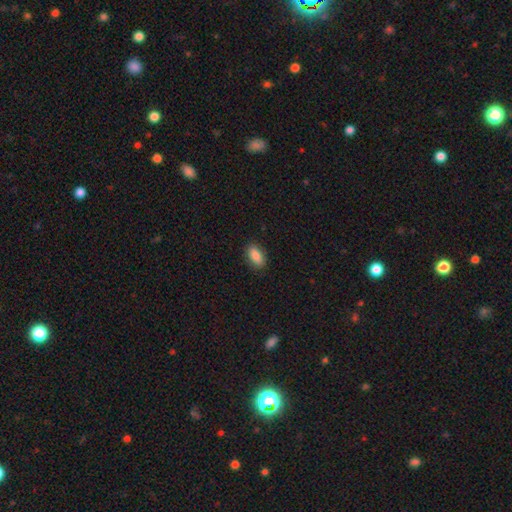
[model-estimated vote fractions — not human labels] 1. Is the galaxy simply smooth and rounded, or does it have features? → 87% smooth, 8% star or artifact, 5% featured or disk.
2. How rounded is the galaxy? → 89% in between, 6% cigar-shaped, 5% round.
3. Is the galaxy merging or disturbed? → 87% none, 10% minor disturbance, 2% major disturbance, 1% merger.